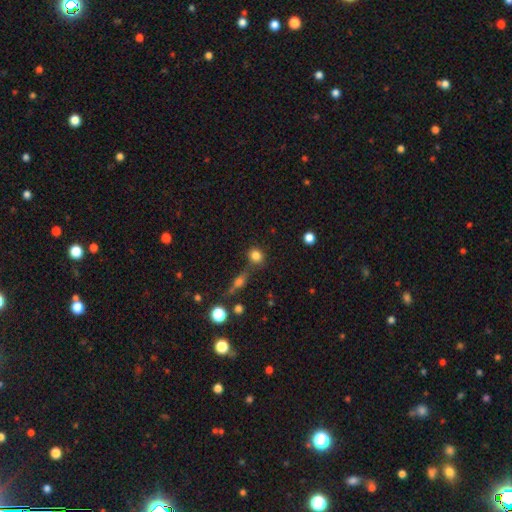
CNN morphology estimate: type=smooth (81%); roundness=round (78%); merging=none (68%).